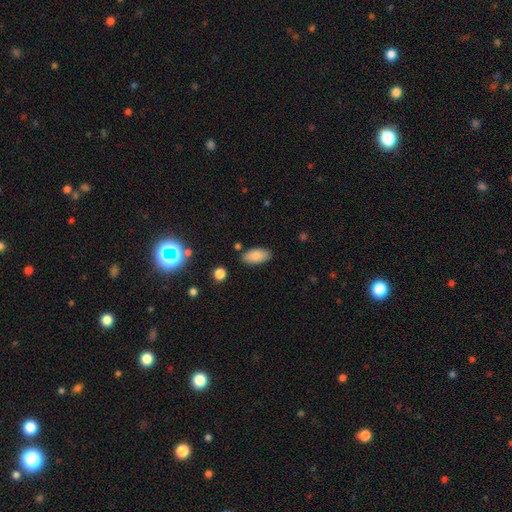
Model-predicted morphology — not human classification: This is clearly a smooth galaxy (86%). How rounded: clearly in between (91%). Merging: clearly none (83%).